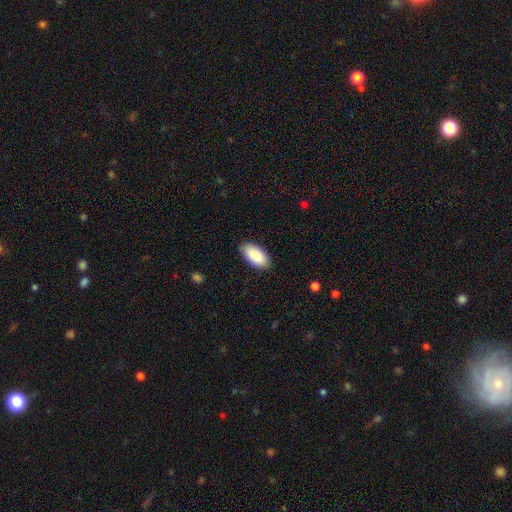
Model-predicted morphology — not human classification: This is clearly a smooth galaxy (89%). How rounded: clearly in between (95%). Merging: clearly none (84%).